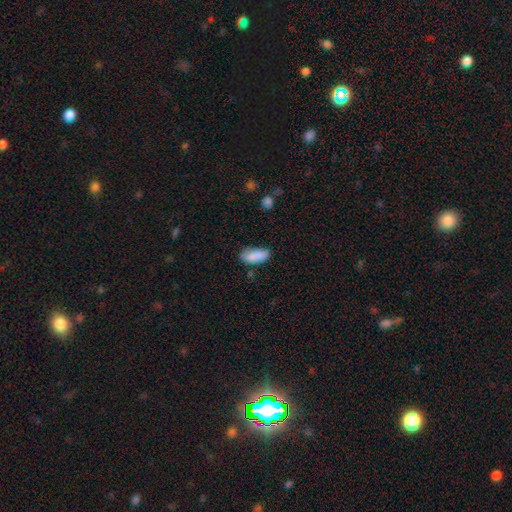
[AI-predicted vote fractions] Q: Smooth or featured?
A: smooth (85%); runner-up: featured or disk (7%)
Q: How rounded?
A: in between (84%); runner-up: cigar-shaped (13%)
Q: Merging?
A: none (63%); runner-up: minor disturbance (27%)